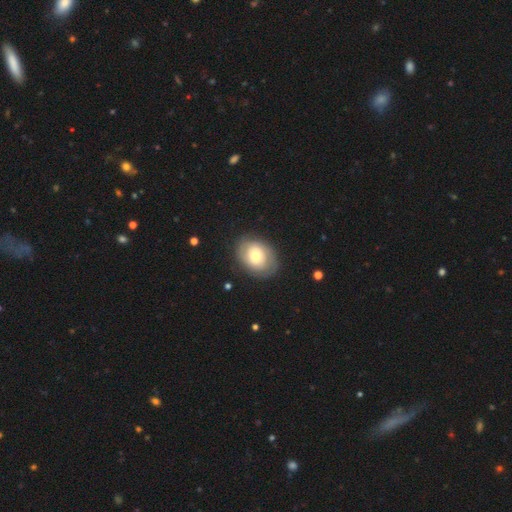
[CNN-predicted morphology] A smooth galaxy with no disk features (49%).

Vote fractions:
- Smooth or featured? smooth: 49% / featured or disk: 44% / star or artifact: 7%
- Merging? none: 80% / minor disturbance: 14% / major disturbance: 5% / merger: 1%